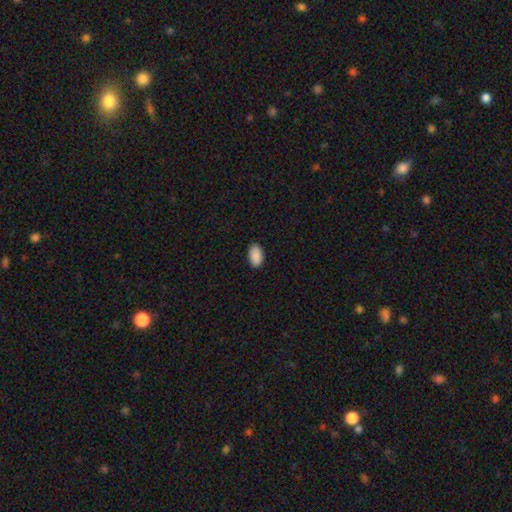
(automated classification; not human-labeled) Smooth or featured: smooth — 91% (star or artifact — 7%)
How rounded: in between — 95% (round — 4%)
Merging: none — 90% (minor disturbance — 7%)